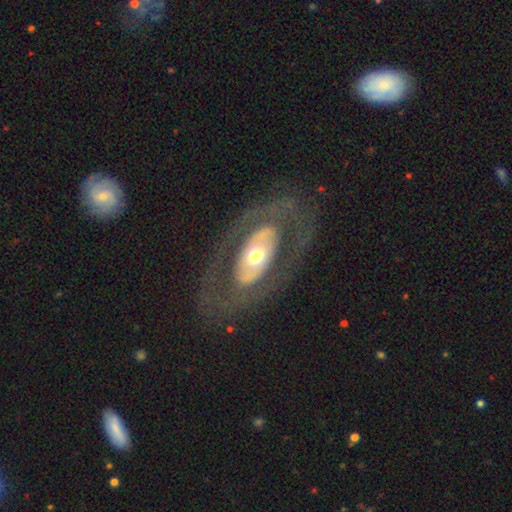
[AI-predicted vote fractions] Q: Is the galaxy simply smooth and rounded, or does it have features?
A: featured or disk — 69%.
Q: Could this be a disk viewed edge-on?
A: no — 89%.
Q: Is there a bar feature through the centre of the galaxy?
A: no — 72%.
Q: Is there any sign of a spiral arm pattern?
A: no — 57%.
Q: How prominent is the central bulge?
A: moderate — 63%.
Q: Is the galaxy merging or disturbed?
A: none — 75%.